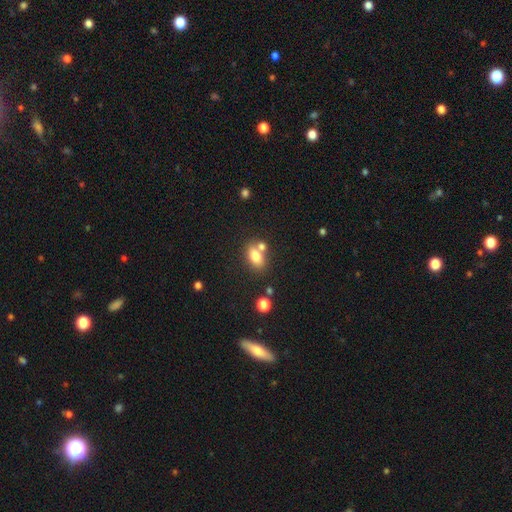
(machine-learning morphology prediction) smooth_or_featured: smooth (p=0.77) [alt: featured or disk p=0.13]
how_rounded: in between (p=0.79) [alt: round p=0.17]
merging: none (p=0.55) [alt: merger p=0.29]